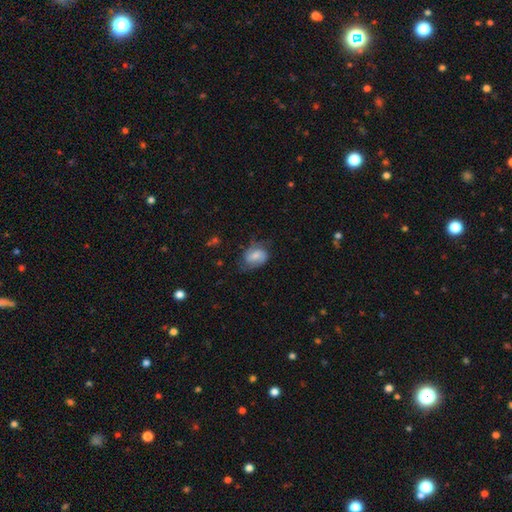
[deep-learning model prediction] smooth 46% (tied), featured or disk 46% (tied), star or artifact 8%. Down the decision tree: merging — none (56%).